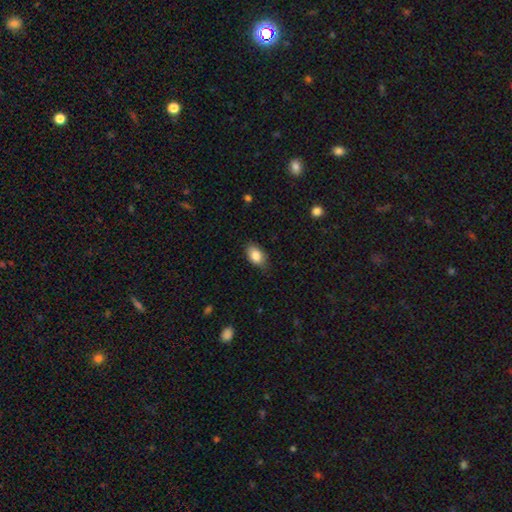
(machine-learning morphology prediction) A smooth galaxy with no disk features (85%) that is in between round and cigar-shaped (89%). Merging: none (77%).